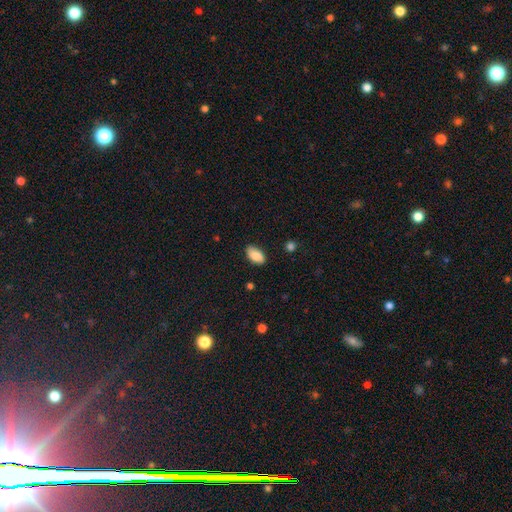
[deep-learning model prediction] A smooth galaxy with no disk features (85%) that is in between round and cigar-shaped (93%).

Vote fractions:
- Smooth or featured? smooth: 85% / featured or disk: 8% / star or artifact: 7%
- How rounded? in between: 93% / round: 4% / cigar-shaped: 3%
- Merging? none: 81% / minor disturbance: 15% / major disturbance: 3% / merger: 1%